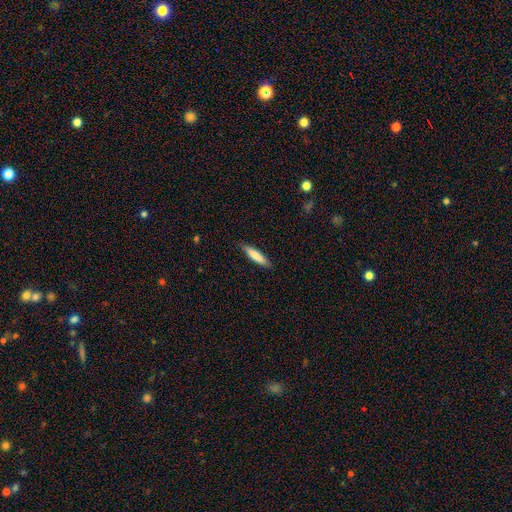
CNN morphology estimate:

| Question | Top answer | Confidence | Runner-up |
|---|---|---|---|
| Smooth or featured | smooth | 79% | featured or disk (16%) |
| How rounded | cigar-shaped | 81% | in between (18%) |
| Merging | none | 86% | minor disturbance (11%) |